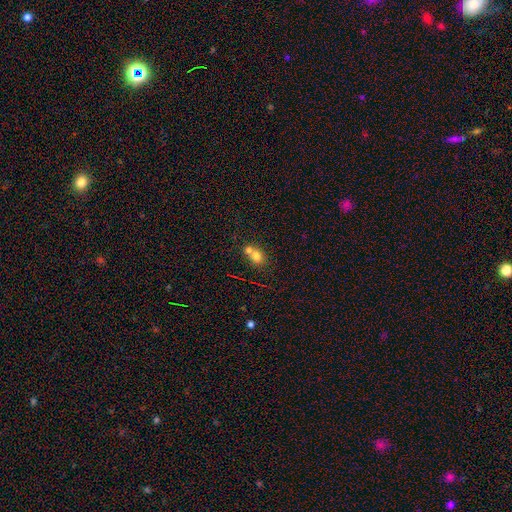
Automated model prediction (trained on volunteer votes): The model was most divided on "merging": merger: 57%, none: 35%, minor disturbance: 6%, major disturbance: 2%. More confident: smooth or featured — smooth (74%); how rounded — round (70%).